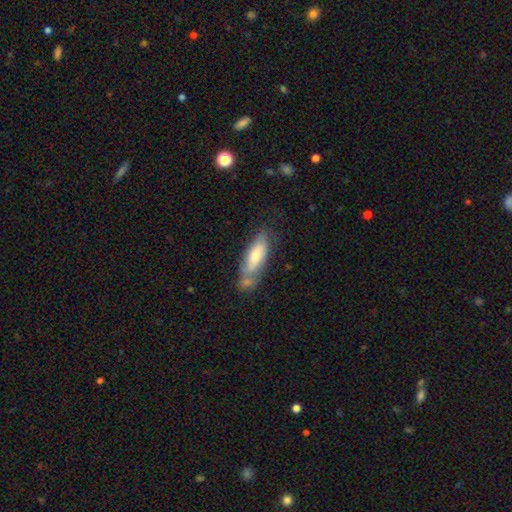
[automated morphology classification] Smooth or featured? smooth (70%)
How rounded? in between (57%)
Merging? none (48%)